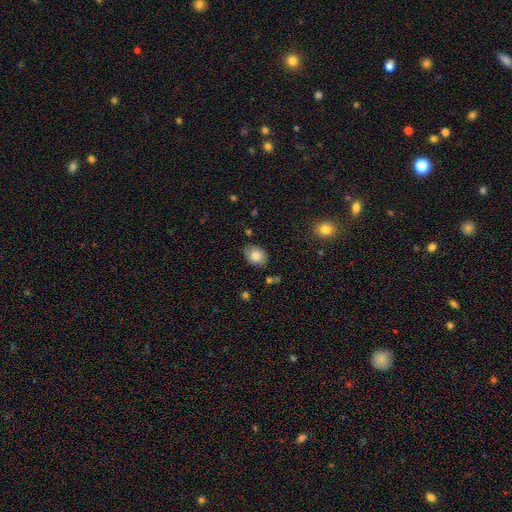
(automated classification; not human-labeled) A smooth galaxy with no disk features (83%) that is in between round and cigar-shaped (63%).

Vote fractions:
- Smooth or featured? smooth: 83% / featured or disk: 9% / star or artifact: 8%
- How rounded? in between: 63% / round: 36% / cigar-shaped: 1%
- Merging? none: 75% / minor disturbance: 18% / major disturbance: 4% / merger: 3%